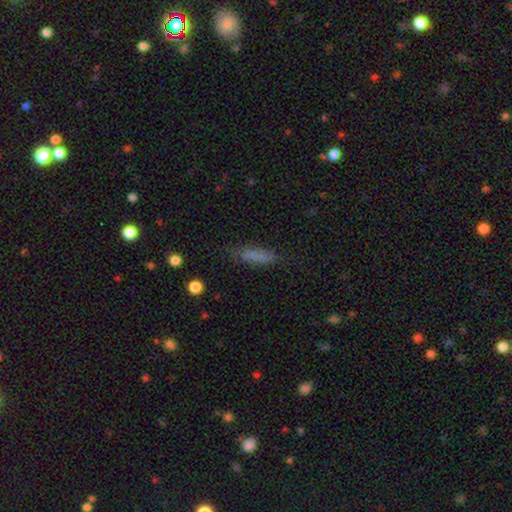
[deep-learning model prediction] A smooth galaxy with no disk features (78%) that is cigar-shaped (72%). Merging: none (76%).